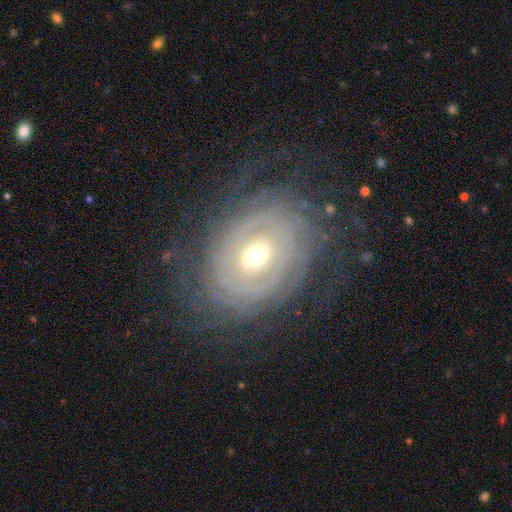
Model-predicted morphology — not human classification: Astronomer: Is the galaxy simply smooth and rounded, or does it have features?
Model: featured or disk — 86%.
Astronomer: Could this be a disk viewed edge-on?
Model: no — 96%.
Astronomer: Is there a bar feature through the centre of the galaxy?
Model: no — 49% (runner-up: weak, 35%).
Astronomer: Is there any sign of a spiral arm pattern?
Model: yes — 93%.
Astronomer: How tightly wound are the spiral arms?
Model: tight — 84%.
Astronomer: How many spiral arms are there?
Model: can't tell — 42% (runner-up: 2, 17%).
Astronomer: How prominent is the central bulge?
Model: moderate — 56% (runner-up: small, 39%).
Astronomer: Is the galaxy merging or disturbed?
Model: none — 77%.